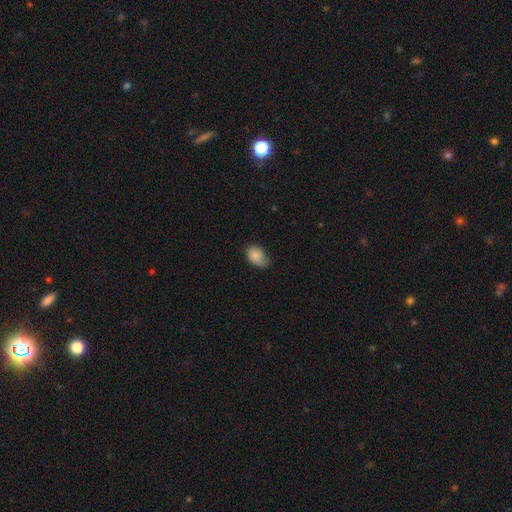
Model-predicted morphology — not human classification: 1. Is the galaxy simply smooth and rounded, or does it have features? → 85% smooth, 8% featured or disk, 7% star or artifact.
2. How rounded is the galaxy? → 83% in between, 16% round, 1% cigar-shaped.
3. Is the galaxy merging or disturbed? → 53% none, 38% minor disturbance, 7% major disturbance, 1% merger.